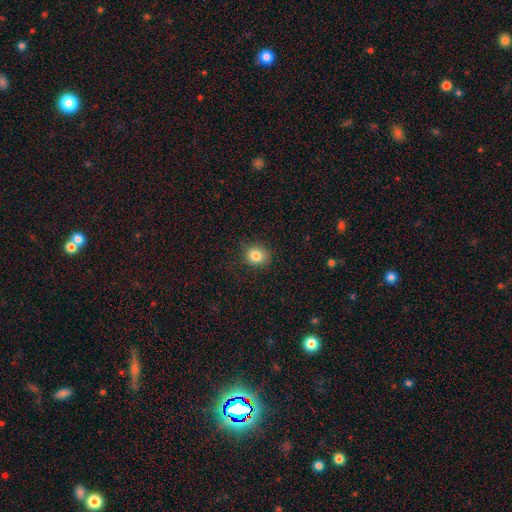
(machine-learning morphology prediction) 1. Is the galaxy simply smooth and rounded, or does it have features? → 83% smooth, 11% star or artifact, 7% featured or disk.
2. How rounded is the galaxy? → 77% round, 22% in between, 1% cigar-shaped.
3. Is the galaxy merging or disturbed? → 82% none, 13% minor disturbance, 4% major disturbance, 1% merger.